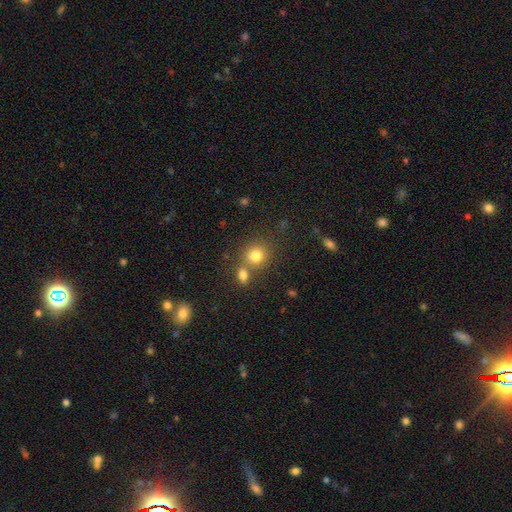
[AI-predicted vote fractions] This is likely a smooth galaxy (79%). How rounded: likely round (80%). Merging: possibly none (57%).